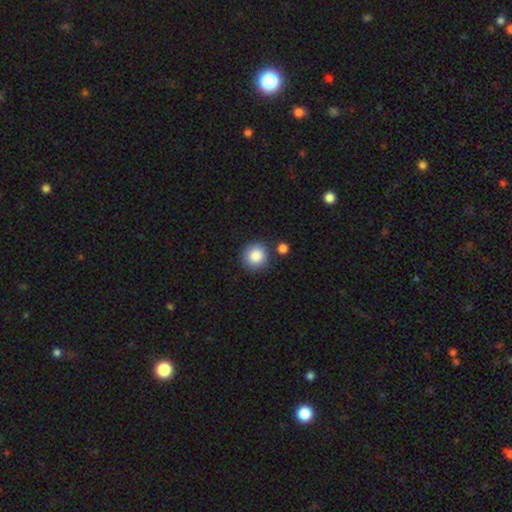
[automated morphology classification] Overall: smooth (87%). How rounded: round (90%). Merging: none (80%).